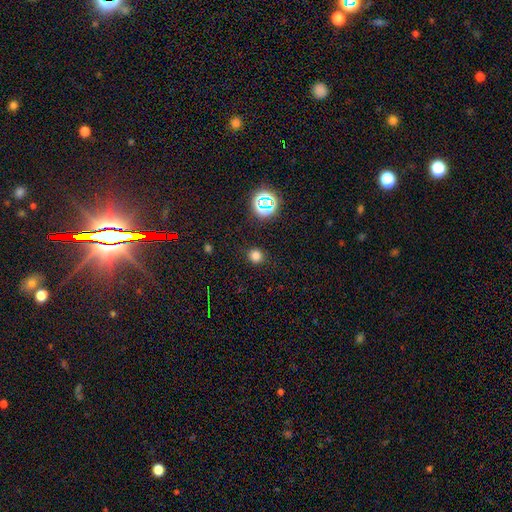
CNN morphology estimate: type=smooth (76%); roundness=round (87%); merging=none (86%).